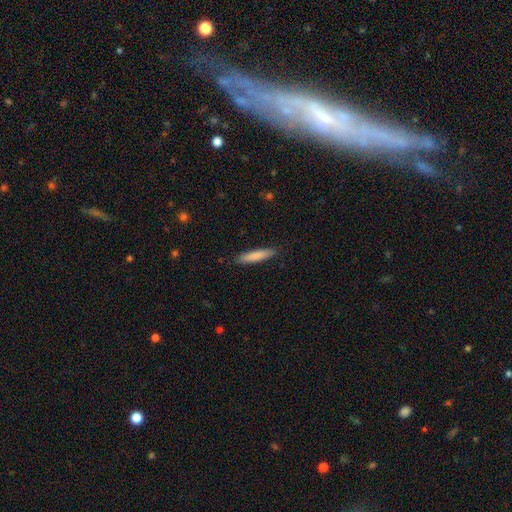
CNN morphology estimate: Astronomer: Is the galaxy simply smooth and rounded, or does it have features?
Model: smooth — 83%.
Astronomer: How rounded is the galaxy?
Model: cigar-shaped — 87%.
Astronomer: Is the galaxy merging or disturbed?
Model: none — 89%.